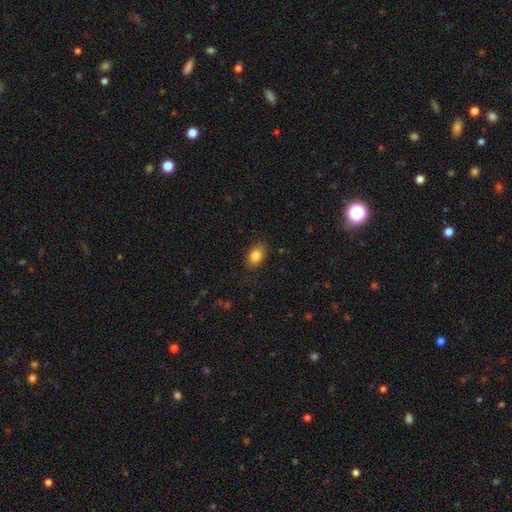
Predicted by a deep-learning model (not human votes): smooth-or-featured: smooth: 85% | star or artifact: 8% | featured or disk: 7%
  how-rounded: in between: 83% | round: 16% | cigar-shaped: 1%
  merging: none: 85% | minor disturbance: 11% | major disturbance: 3% | merger: 1%